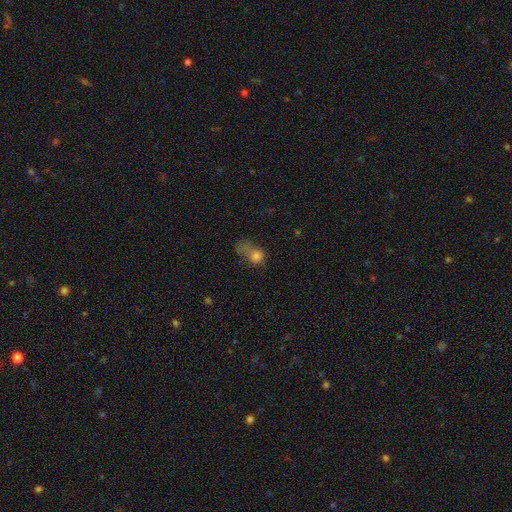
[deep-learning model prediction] smooth_or_featured: smooth (p=0.71) [alt: featured or disk p=0.15]
how_rounded: round (p=0.51) [alt: in between p=0.47]
merging: major disturbance (p=0.41) [alt: none p=0.22]